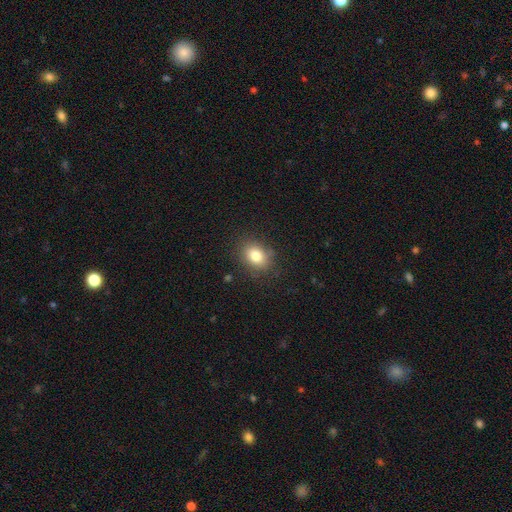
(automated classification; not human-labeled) The model was most divided on "how rounded": in between: 58%, round: 41%, cigar-shaped: 1%. More confident: merging — none (83%); smooth or featured — smooth (81%).